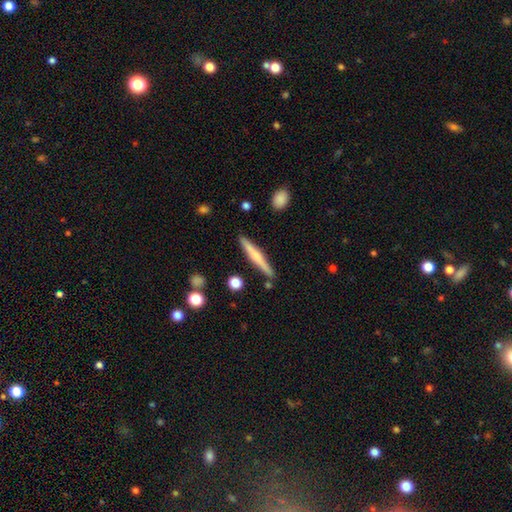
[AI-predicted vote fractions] The model was most divided on "smooth or featured": smooth: 53%, featured or disk: 41%, star or artifact: 6%. More confident: how rounded — cigar-shaped (94%); merging — none (88%).